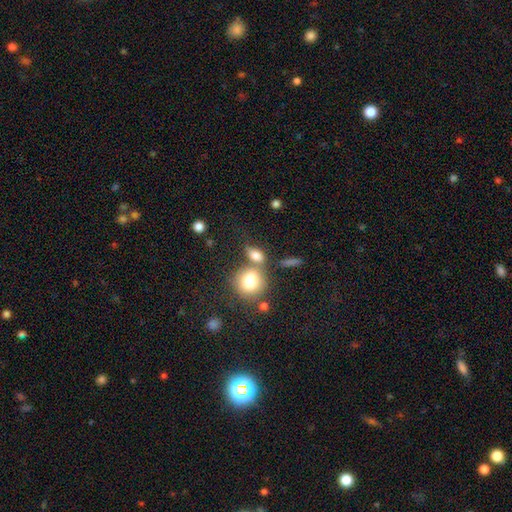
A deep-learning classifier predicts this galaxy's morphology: smooth_or_featured: smooth (p=0.77) [alt: featured or disk p=0.12]
how_rounded: in between (p=0.60) [alt: round p=0.35]
merging: none (p=0.45) [alt: merger p=0.36]